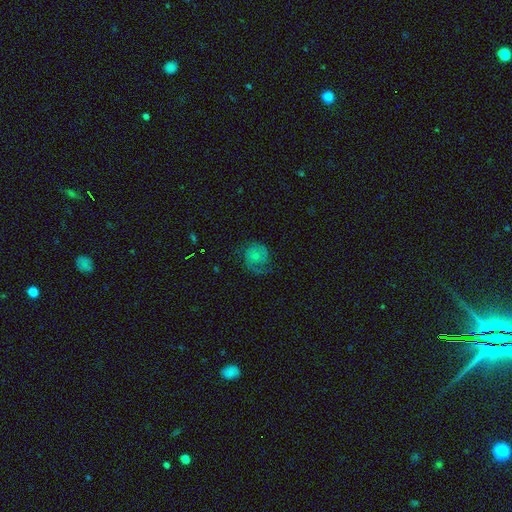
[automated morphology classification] featured or disk 58%, smooth 34%, star or artifact 9%. Down the decision tree: edge-on disk — no (98%); bar — no (75%); spiral arms — yes (88%); bulge size — small (54%); merging — none (58%).